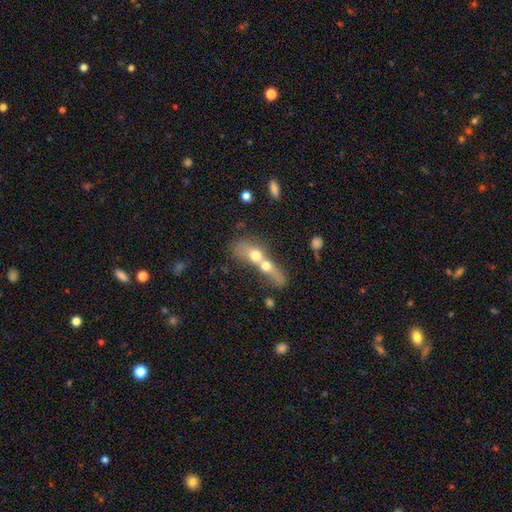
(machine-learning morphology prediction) The model was most divided on "how rounded": in between: 46%, round: 32%, cigar-shaped: 22%. More confident: merging — merger (80%); smooth or featured — smooth (58%).